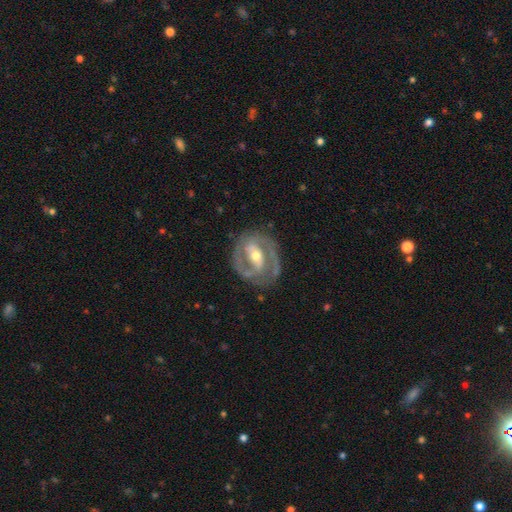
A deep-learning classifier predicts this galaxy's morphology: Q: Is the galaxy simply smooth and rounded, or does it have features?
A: featured or disk — 85%.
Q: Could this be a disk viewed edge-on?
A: no — 96%.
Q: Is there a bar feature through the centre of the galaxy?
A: strong — 45%.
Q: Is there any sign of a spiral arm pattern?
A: yes — 84%.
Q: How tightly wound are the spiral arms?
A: tight — 45%.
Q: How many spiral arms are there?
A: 2 — 80%.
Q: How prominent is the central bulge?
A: moderate — 63%.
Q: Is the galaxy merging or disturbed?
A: none — 76%.